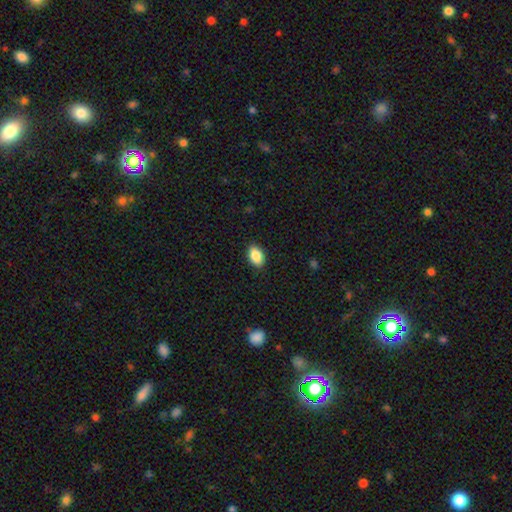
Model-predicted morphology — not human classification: This appears to be a smooth galaxy with no disk features (87%) that is in between round and cigar-shaped (89%). Merging: none (89%).